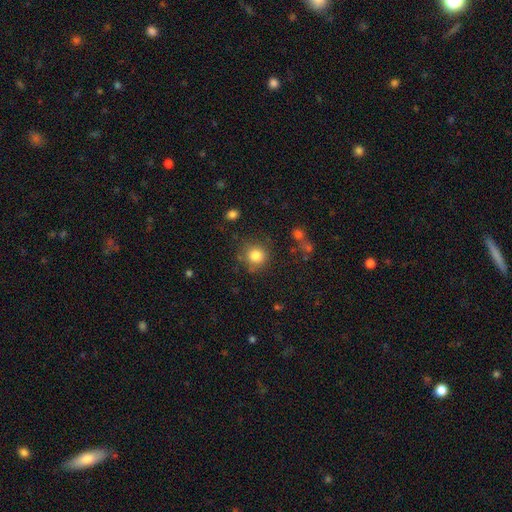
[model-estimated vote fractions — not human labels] A smooth galaxy with no disk features (83%) that is round (90%). Merging: none (80%).